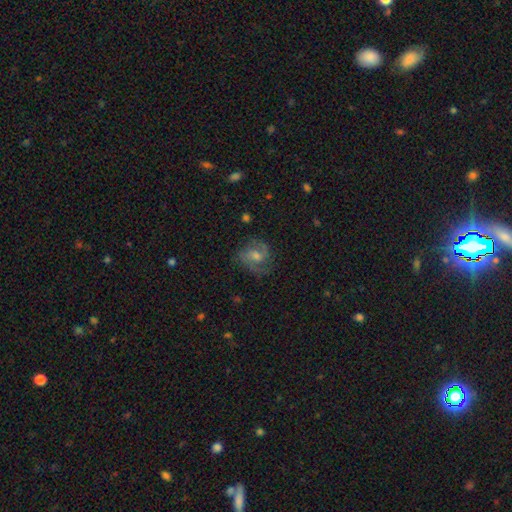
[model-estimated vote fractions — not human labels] Smooth or featured? Predicted: featured or disk (p=0.71). Edge-on disk? Predicted: no (p=0.97). Bar? Predicted: weak (p=0.44). Spiral arms? Predicted: yes (p=0.93). Spiral winding? Predicted: medium (p=0.52). Spiral arm count? Predicted: 2 (p=0.66). Bulge size? Predicted: moderate (p=0.54). Merging? Predicted: none (p=0.72).